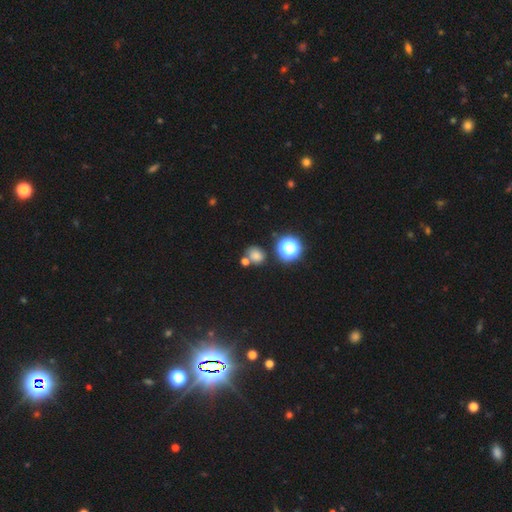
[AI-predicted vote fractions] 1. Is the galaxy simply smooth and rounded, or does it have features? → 73% smooth, 21% star or artifact, 7% featured or disk.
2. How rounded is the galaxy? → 68% round, 31% in between, 1% cigar-shaped.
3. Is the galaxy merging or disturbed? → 65% none, 21% merger, 11% minor disturbance, 4% major disturbance.